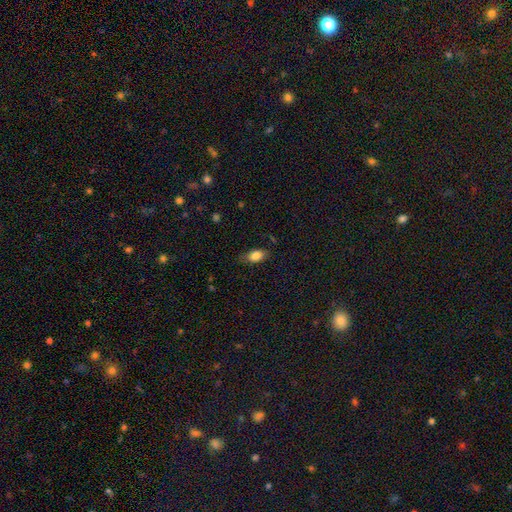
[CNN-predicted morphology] Overall: smooth (83%). How rounded: in between (86%). Merging: none (75%).